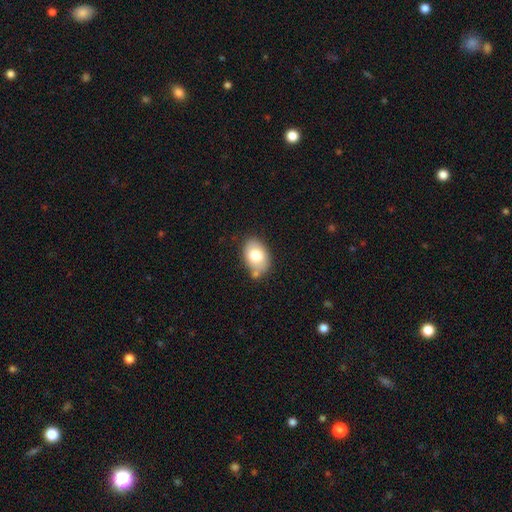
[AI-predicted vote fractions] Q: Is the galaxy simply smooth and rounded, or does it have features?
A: smooth — 74%.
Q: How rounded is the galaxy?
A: in between — 82%.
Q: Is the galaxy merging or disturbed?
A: none — 69%.